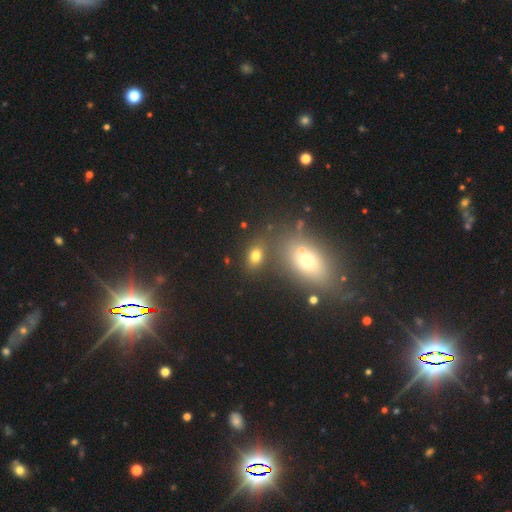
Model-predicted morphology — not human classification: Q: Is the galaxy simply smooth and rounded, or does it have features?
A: smooth — 76%.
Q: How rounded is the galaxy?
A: in between — 79%.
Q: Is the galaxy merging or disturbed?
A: none — 72%.